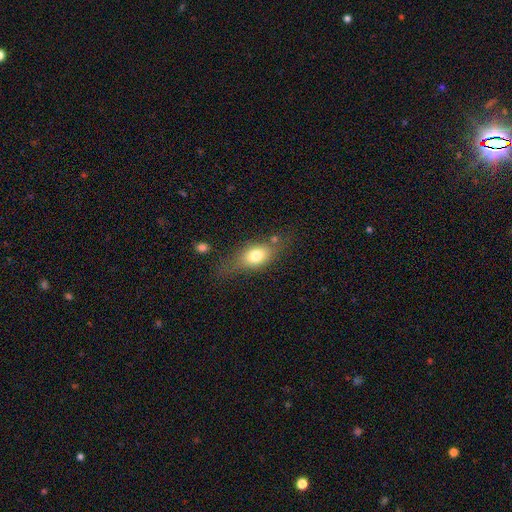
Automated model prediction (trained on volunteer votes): Morphology: type=smooth (69%); roundness=in between (74%); merging=none (58%).